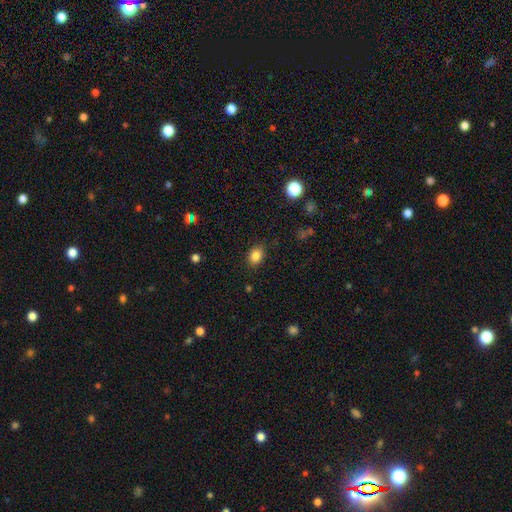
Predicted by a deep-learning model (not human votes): A smooth galaxy with no disk features (85%) that is in between round and cigar-shaped (61%).

Vote fractions:
- Smooth or featured? smooth: 85% / star or artifact: 11% / featured or disk: 5%
- How rounded? in between: 61% / round: 38% / cigar-shaped: 1%
- Merging? none: 83% / minor disturbance: 12% / major disturbance: 3% / merger: 1%